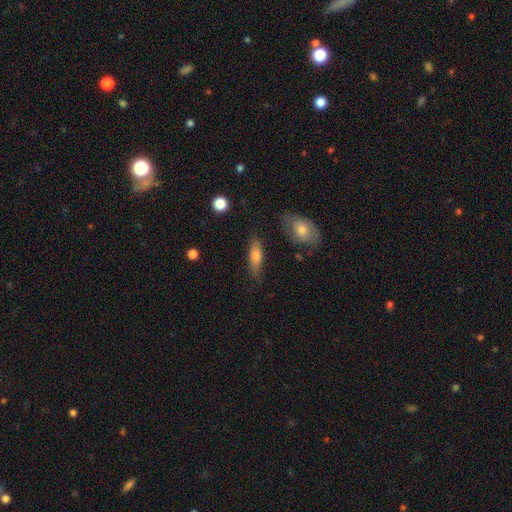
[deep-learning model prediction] The model was most divided on "how rounded": in between: 51%, cigar-shaped: 46%, round: 3%. More confident: merging — none (80%); smooth or featured — smooth (74%).